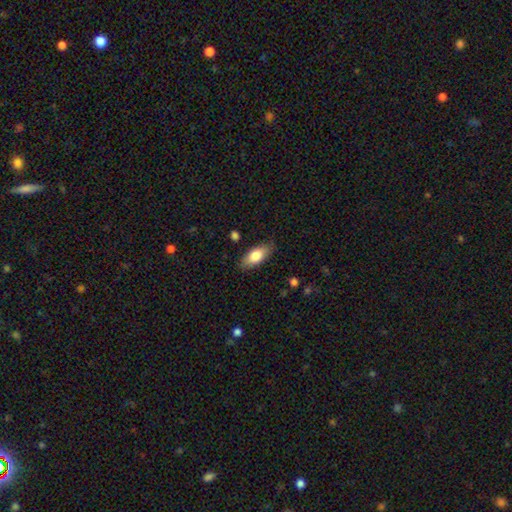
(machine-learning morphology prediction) A smooth galaxy with no disk features (78%) that is in between round and cigar-shaped (86%).

Vote fractions:
- Smooth or featured? smooth: 78% / featured or disk: 15% / star or artifact: 6%
- How rounded? in between: 86% / cigar-shaped: 12% / round: 2%
- Merging? none: 83% / minor disturbance: 13% / major disturbance: 3% / merger: 1%